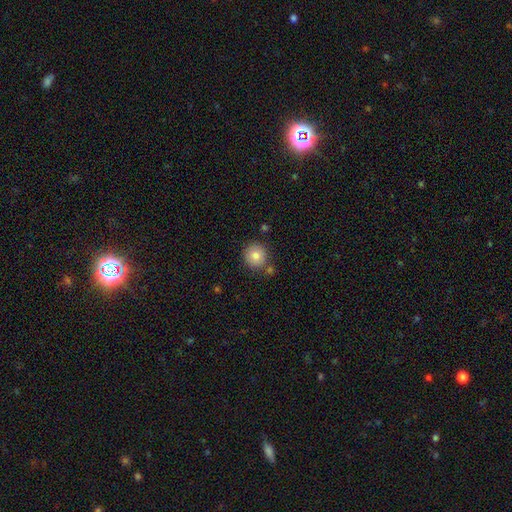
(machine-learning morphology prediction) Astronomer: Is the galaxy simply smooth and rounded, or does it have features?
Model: smooth — 81%.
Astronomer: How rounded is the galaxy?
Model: round — 93%.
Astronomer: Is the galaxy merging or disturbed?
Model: none — 79%.